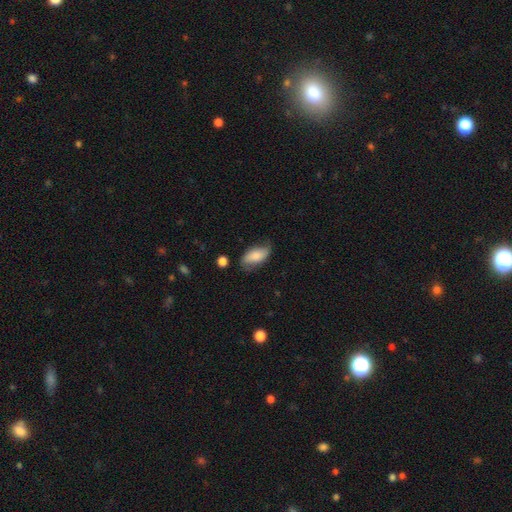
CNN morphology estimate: smooth-or-featured: smooth: 69% | featured or disk: 24% | star or artifact: 7%
  how-rounded: in between: 91% | cigar-shaped: 6% | round: 3%
  merging: none: 62% | minor disturbance: 28% | major disturbance: 7% | merger: 3%